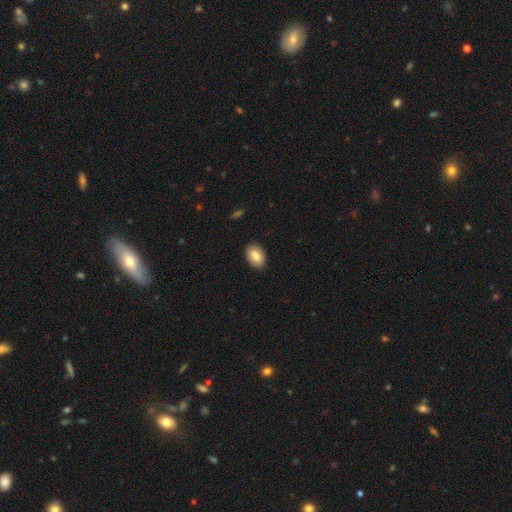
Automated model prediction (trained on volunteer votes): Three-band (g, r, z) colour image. It shows a smooth galaxy with no disk features (80%) that is in between round and cigar-shaped (87%). Merging: none (87%).